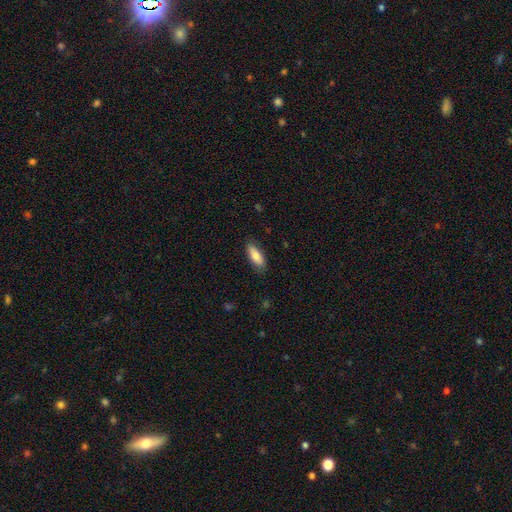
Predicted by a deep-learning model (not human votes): Smooth or featured: smooth — 81% (featured or disk — 13%)
How rounded: in between — 73% (cigar-shaped — 25%)
Merging: none — 85% (minor disturbance — 11%)